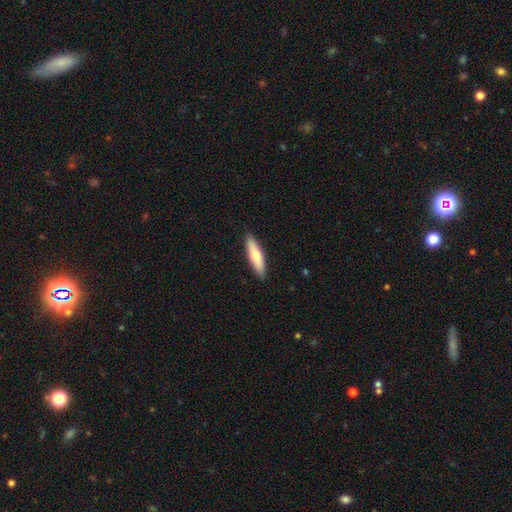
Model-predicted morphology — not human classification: This is likely a smooth galaxy (69%). How rounded: likely cigar-shaped (74%). Merging: clearly none (89%).